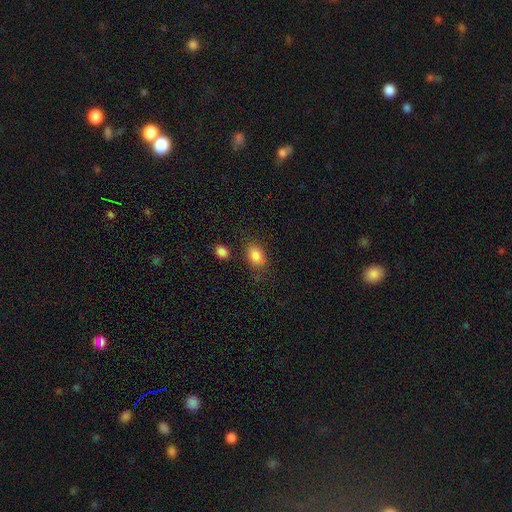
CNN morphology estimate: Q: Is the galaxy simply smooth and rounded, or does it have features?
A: smooth — 84%.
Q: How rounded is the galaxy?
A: in between — 71%.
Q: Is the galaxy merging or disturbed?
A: none — 69%.